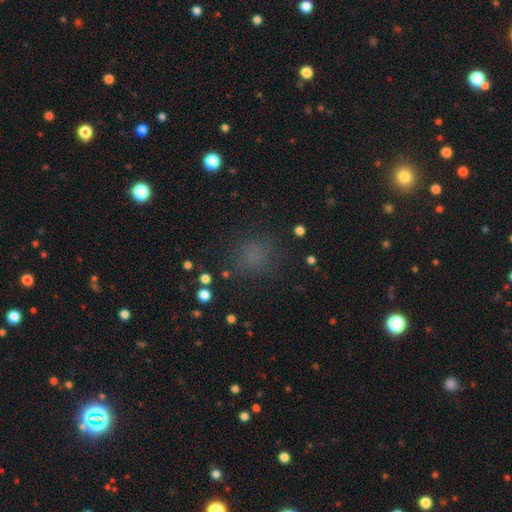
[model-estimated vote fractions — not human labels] The model was most divided on "smooth or featured": smooth: 63%, star or artifact: 30%, featured or disk: 7%. More confident: merging — none (83%); how rounded — round (79%).